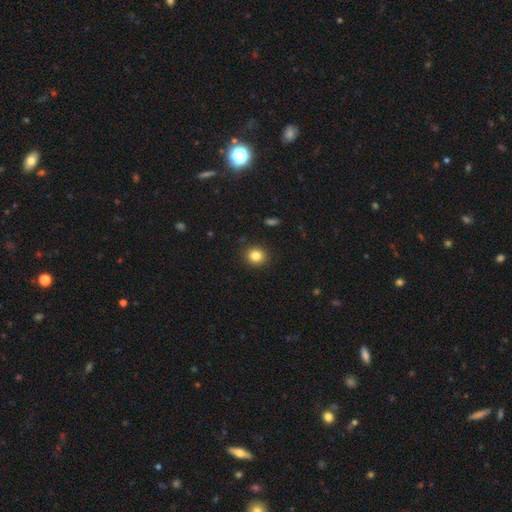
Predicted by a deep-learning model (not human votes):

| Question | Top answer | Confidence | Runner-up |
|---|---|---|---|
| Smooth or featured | smooth | 83% | star or artifact (11%) |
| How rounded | round | 83% | in between (16%) |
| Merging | none | 90% | minor disturbance (7%) |